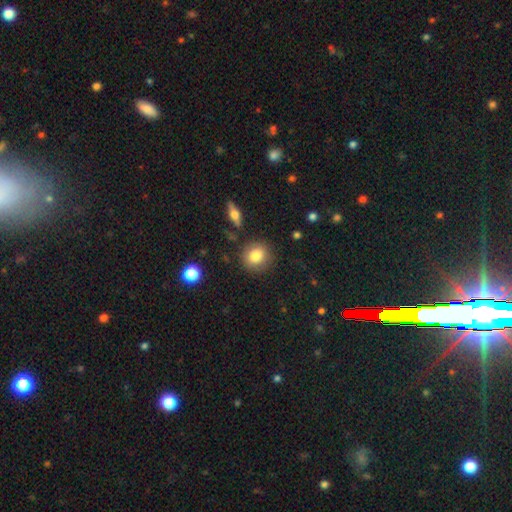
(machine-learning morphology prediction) The model was most divided on "how rounded": round: 83%, in between: 16%, cigar-shaped: 1%. More confident: merging — none (85%); smooth or featured — smooth (82%).